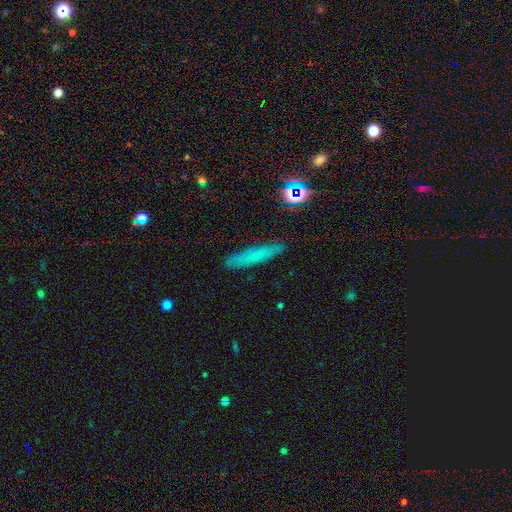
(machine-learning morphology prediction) Smooth or featured?
  - smooth: 65% *
  - featured or disk: 22%
  - star or artifact: 13%
How rounded?
  - cigar-shaped: 88% *
  - in between: 10%
  - round: 2%
Merging?
  - none: 85% *
  - minor disturbance: 11%
  - major disturbance: 3%
  - merger: 2%